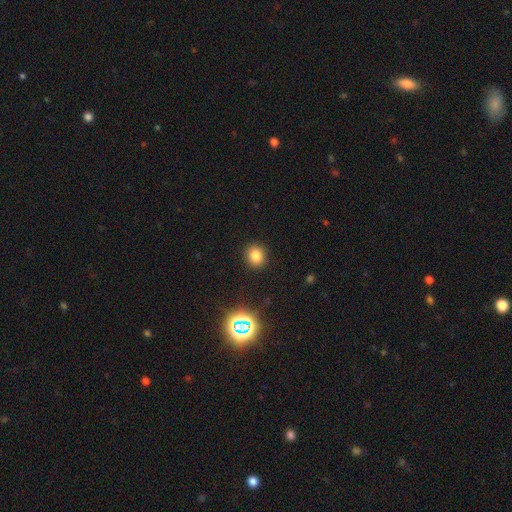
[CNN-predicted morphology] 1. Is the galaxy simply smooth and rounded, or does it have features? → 79% smooth, 15% star or artifact, 6% featured or disk.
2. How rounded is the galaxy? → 77% round, 22% in between, 1% cigar-shaped.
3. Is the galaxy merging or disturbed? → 90% none, 6% minor disturbance, 2% major disturbance, 1% merger.